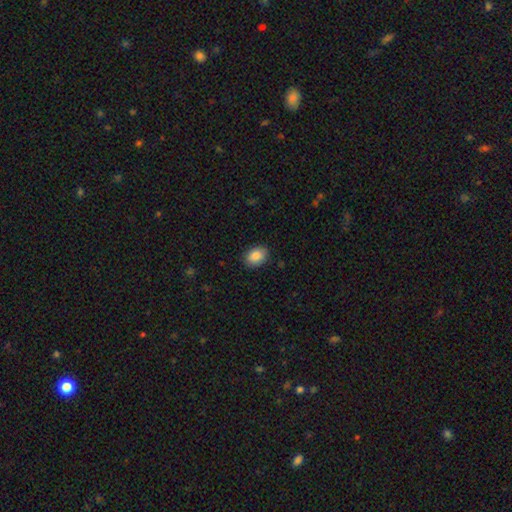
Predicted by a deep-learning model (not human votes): The model was most divided on "how rounded": in between: 73%, round: 26%, cigar-shaped: 1%. More confident: merging — none (88%); smooth or featured — smooth (87%).